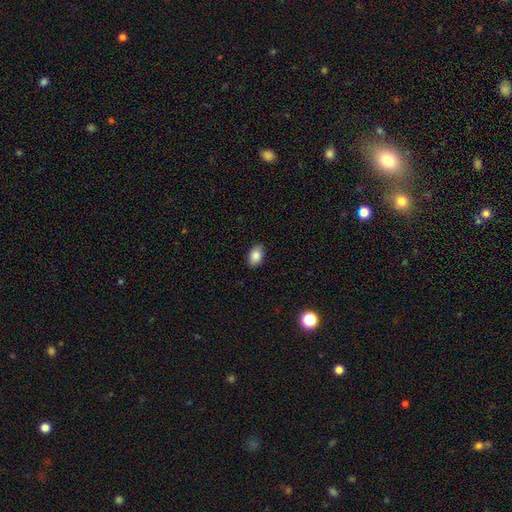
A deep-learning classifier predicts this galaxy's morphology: The model was most divided on "how rounded": in between: 85%, round: 14%, cigar-shaped: 1%. More confident: smooth or featured — smooth (86%); merging — none (86%).